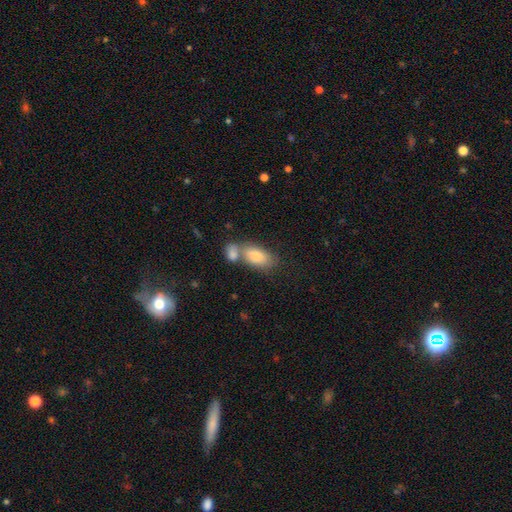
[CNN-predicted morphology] smooth_or_featured: smooth (p=0.80) [alt: featured or disk p=0.11]
how_rounded: in between (p=0.89) [alt: cigar-shaped p=0.06]
merging: merger (p=0.46) [alt: none p=0.40]